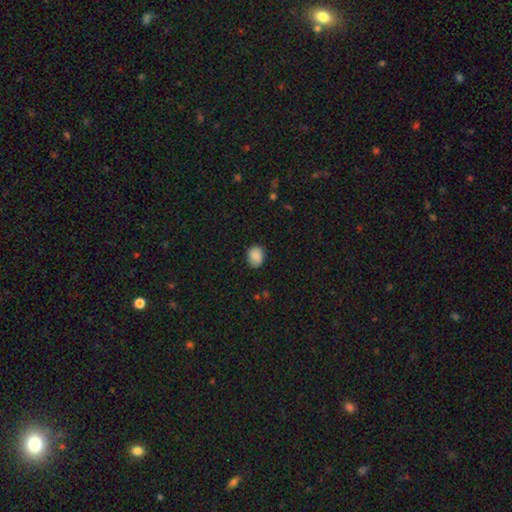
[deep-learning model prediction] Morphology: type=smooth (86%); roundness=round (52%); merging=none (78%).